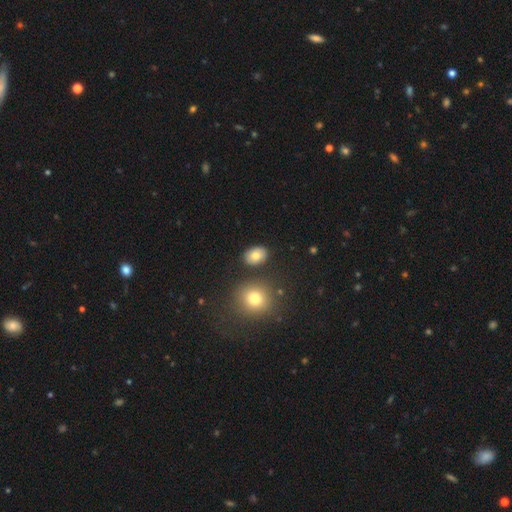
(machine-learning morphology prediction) A smooth galaxy with no disk features (80%) that is in between round and cigar-shaped (71%). Merging: none (86%).